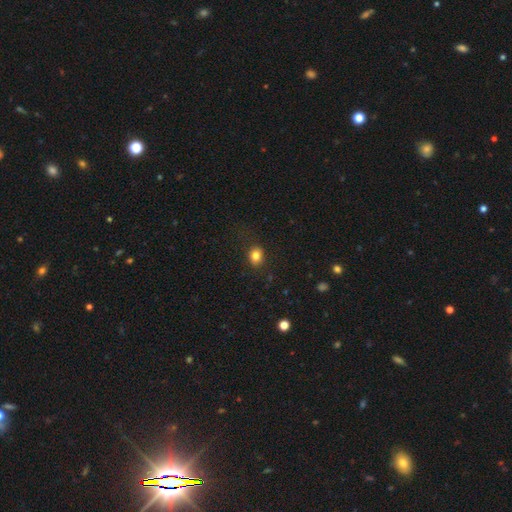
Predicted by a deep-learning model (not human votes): Smooth or featured? Predicted: smooth (p=0.82). How rounded? Predicted: round (p=0.52). Merging? Predicted: none (p=0.86).